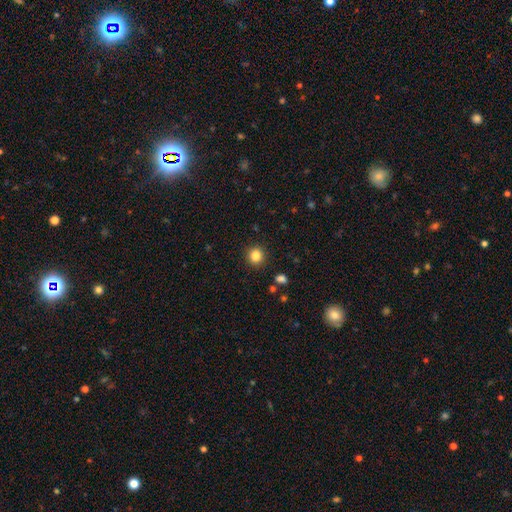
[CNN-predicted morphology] The model was most divided on "smooth or featured": smooth: 84%, star or artifact: 11%, featured or disk: 4%. More confident: merging — none (91%); how rounded — round (91%).